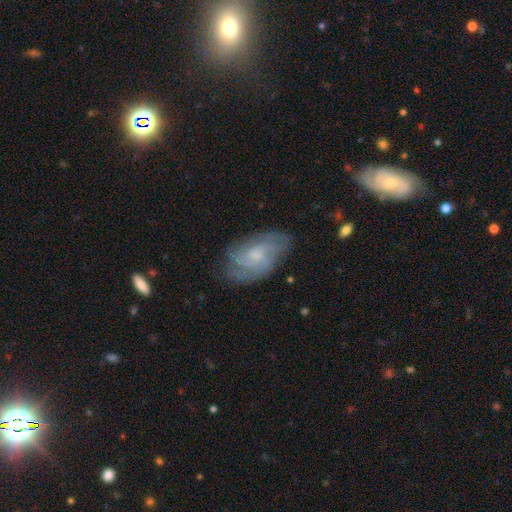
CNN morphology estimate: Smooth or featured: featured or disk — 71% (smooth — 22%)
Edge-on disk: no — 95% (yes — 5%)
Bar: no — 64% (weak — 32%)
Spiral arms: yes — 90% (no — 10%)
Spiral winding: tight — 51% (medium — 37%)
Spiral arm count: can't tell — 40% (2 — 25%)
Bulge size: small — 46% (moderate — 37%)
Merging: none — 71% (minor disturbance — 20%)